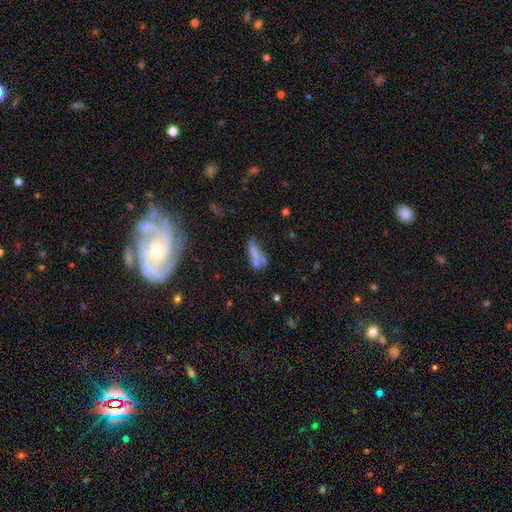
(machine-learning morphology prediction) This is likely a smooth galaxy (60%). How rounded: possibly in between (50%). Merging: marginally none (36%).